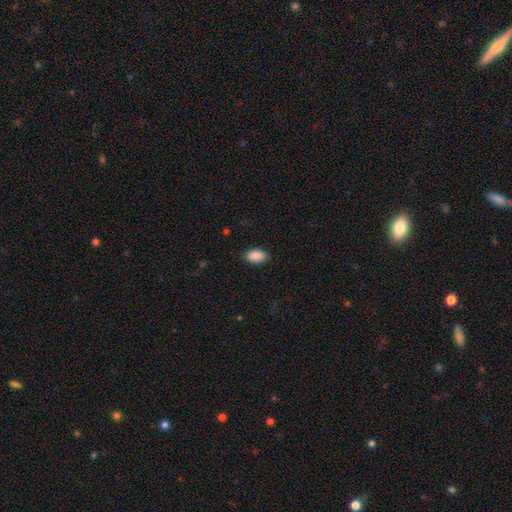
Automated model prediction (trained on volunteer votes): Smooth or featured?
  - smooth: 90% *
  - star or artifact: 7%
  - featured or disk: 3%
How rounded?
  - in between: 92% *
  - round: 6%
  - cigar-shaped: 2%
Merging?
  - none: 88% *
  - minor disturbance: 9%
  - major disturbance: 2%
  - merger: 1%